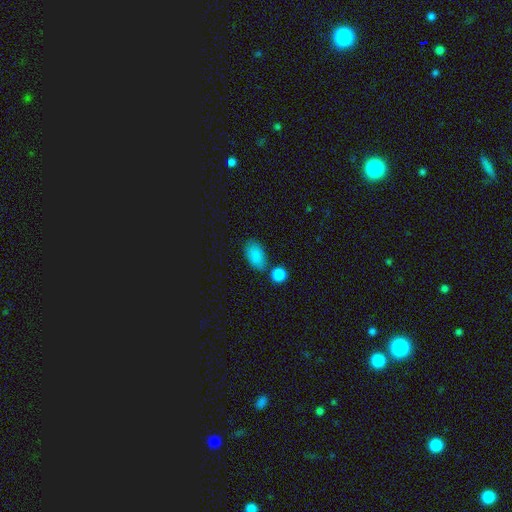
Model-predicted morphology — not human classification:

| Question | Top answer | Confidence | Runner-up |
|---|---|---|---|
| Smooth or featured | smooth | 87% | star or artifact (8%) |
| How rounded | in between | 92% | round (6%) |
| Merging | none | 70% | minor disturbance (14%) |